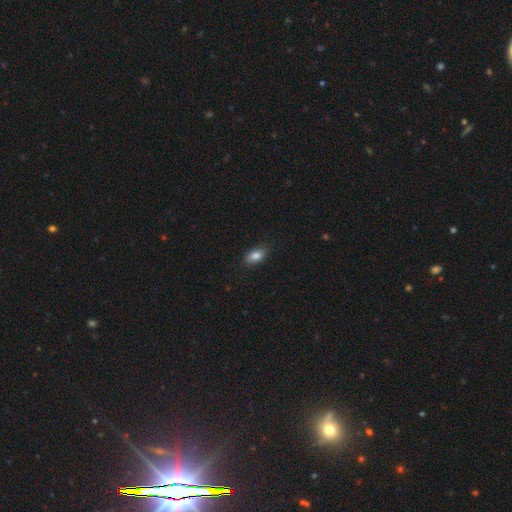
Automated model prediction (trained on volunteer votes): This is clearly a smooth galaxy (83%). How rounded: clearly in between (87%). Merging: clearly none (84%).